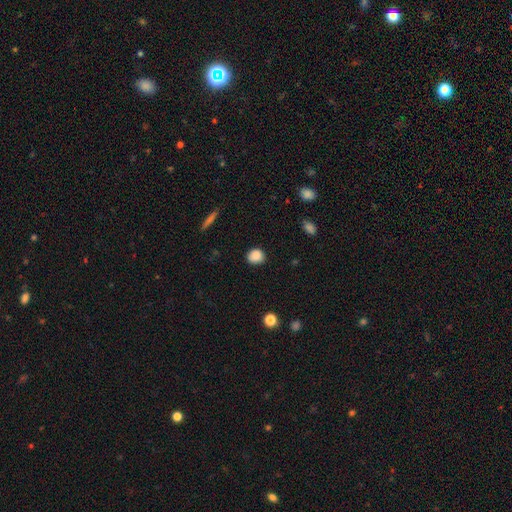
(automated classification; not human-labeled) smooth_or_featured: smooth (p=0.87) [alt: star or artifact p=0.09]
how_rounded: round (p=0.77) [alt: in between p=0.21]
merging: none (p=0.85) [alt: minor disturbance p=0.11]